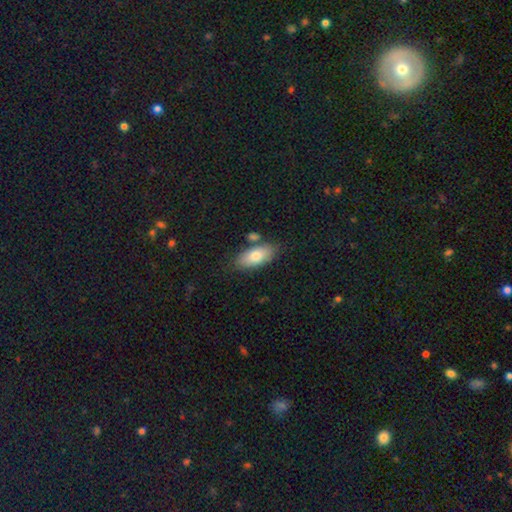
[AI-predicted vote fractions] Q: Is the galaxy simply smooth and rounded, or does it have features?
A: smooth — 77%.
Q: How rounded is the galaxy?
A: in between — 87%.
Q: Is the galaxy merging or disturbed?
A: none — 73%.